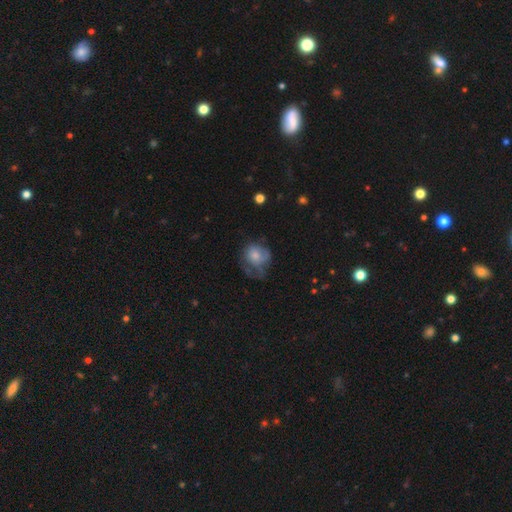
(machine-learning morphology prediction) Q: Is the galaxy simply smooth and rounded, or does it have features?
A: smooth — 61%.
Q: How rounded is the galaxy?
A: round — 65%.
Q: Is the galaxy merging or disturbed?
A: major disturbance — 41%.